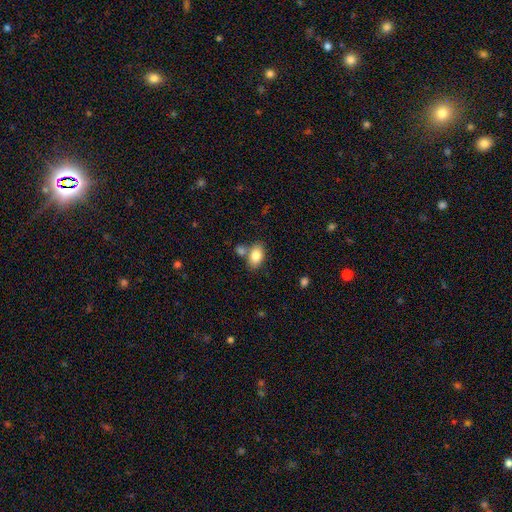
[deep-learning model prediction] smooth-or-featured: smooth: 82% | featured or disk: 10% | star or artifact: 8%
  how-rounded: in between: 87% | round: 12% | cigar-shaped: 1%
  merging: none: 62% | merger: 22% | minor disturbance: 12% | major disturbance: 4%